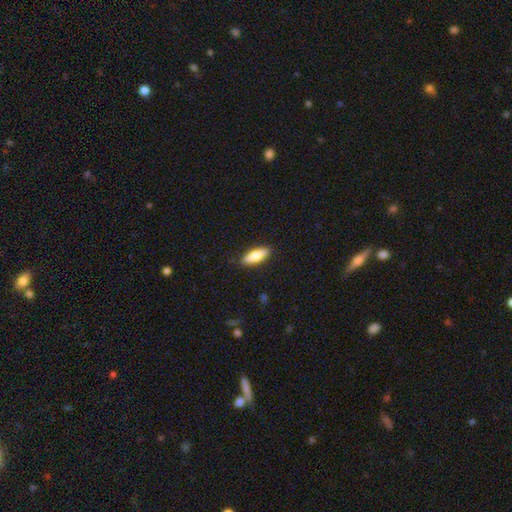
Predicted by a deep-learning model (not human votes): smooth_or_featured: smooth (p=0.72) [alt: featured or disk p=0.22]
how_rounded: in between (p=0.57) [alt: cigar-shaped p=0.41]
merging: none (p=0.89) [alt: minor disturbance p=0.08]